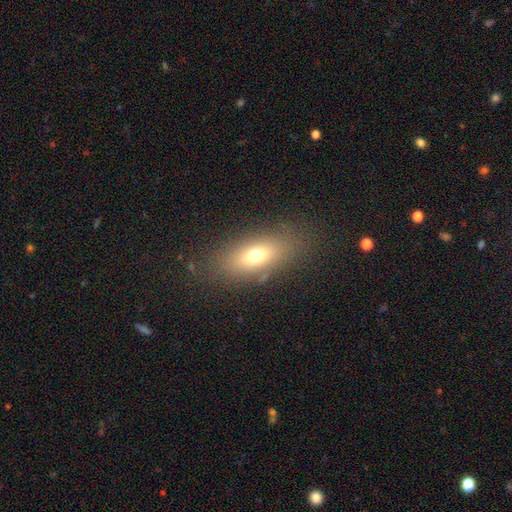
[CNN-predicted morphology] Smooth or featured? smooth (68%)
How rounded? in between (78%)
Merging? none (79%)